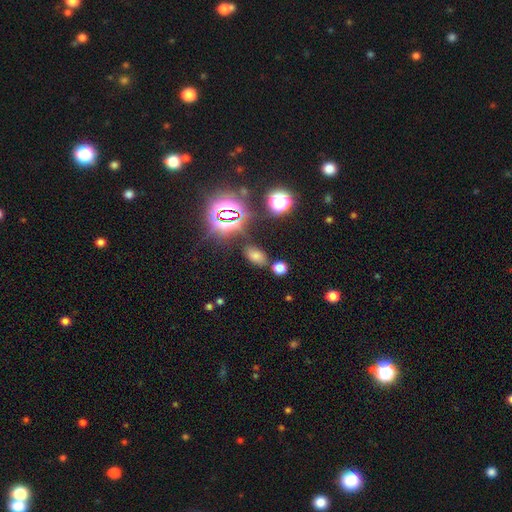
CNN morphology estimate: type=smooth (61%); roundness=in between (88%); merging=none (80%).